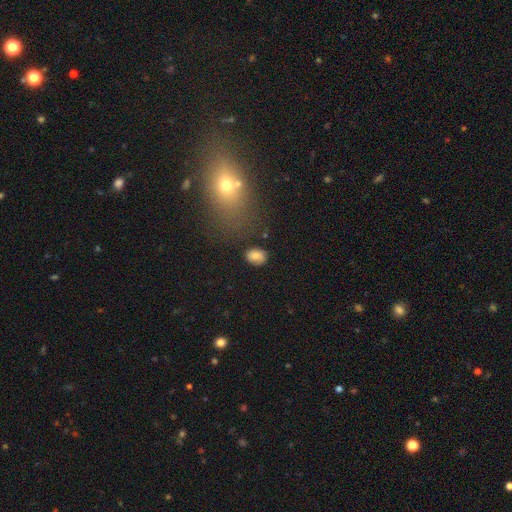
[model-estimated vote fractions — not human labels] Smooth or featured: smooth — 77% (featured or disk — 13%)
How rounded: in between — 71% (round — 28%)
Merging: none — 73% (minor disturbance — 18%)